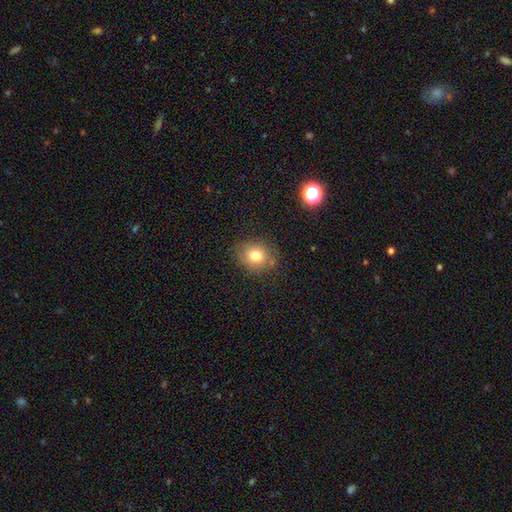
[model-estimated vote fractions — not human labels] This is likely a smooth galaxy (78%). How rounded: likely round (65%). Merging: likely none (80%).